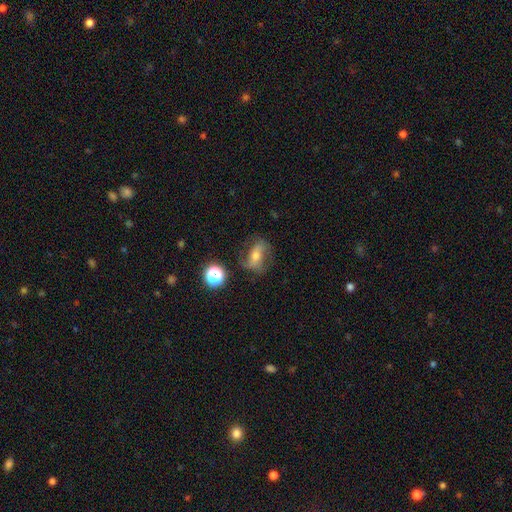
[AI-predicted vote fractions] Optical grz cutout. It shows a featured or disk galaxy (51%). Merging: none (66%).